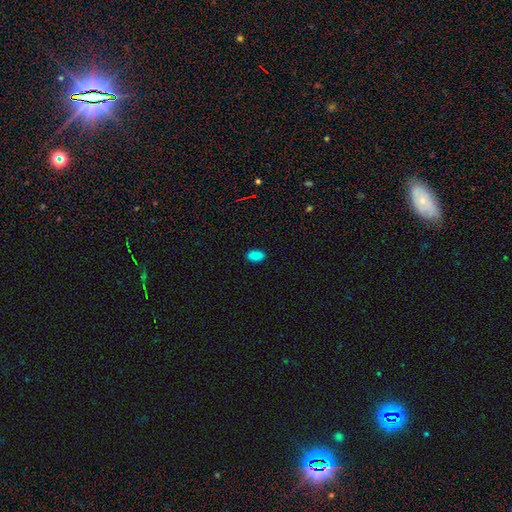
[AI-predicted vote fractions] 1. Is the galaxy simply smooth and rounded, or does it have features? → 87% smooth, 11% star or artifact, 3% featured or disk.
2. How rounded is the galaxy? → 92% in between, 7% round, 2% cigar-shaped.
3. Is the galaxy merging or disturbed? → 89% none, 8% minor disturbance, 2% major disturbance, 1% merger.